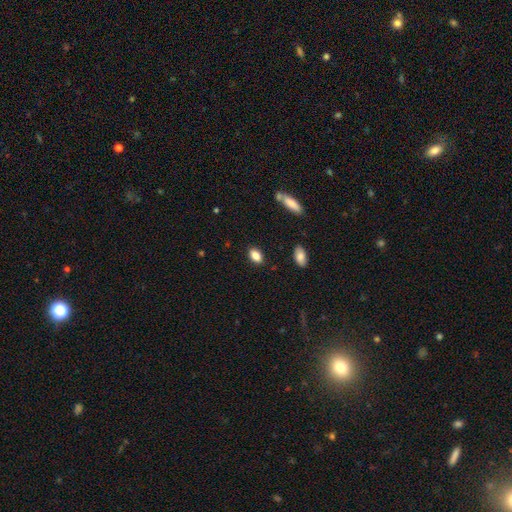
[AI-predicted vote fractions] smooth-or-featured: smooth: 86% | star or artifact: 8% | featured or disk: 6%
  how-rounded: in between: 87% | round: 9% | cigar-shaped: 3%
  merging: none: 87% | minor disturbance: 9% | major disturbance: 2% | merger: 2%